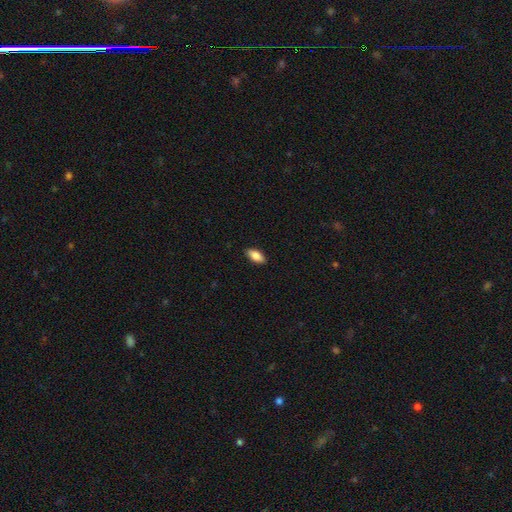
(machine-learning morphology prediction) A smooth galaxy with no disk features (84%) that is in between round and cigar-shaped (87%). Merging: none (89%).